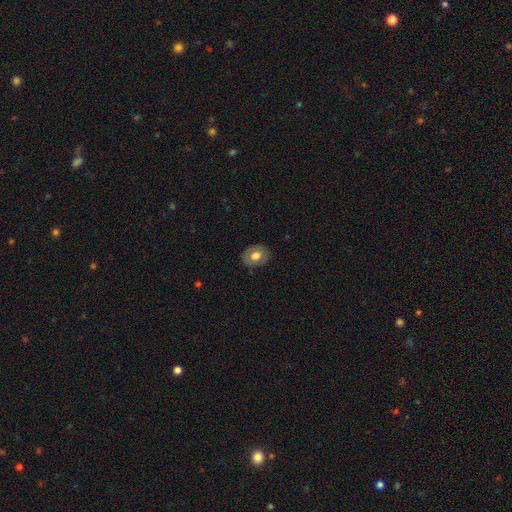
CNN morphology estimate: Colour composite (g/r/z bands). It shows a smooth galaxy with no disk features (65%) that is in between round and cigar-shaped (58%). Merging: none (84%).